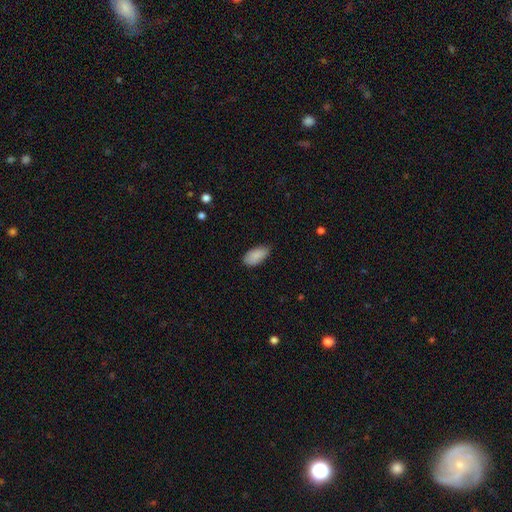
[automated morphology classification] smooth-or-featured: smooth: 88% | star or artifact: 6% | featured or disk: 5%
  how-rounded: in between: 94% | cigar-shaped: 4% | round: 3%
  merging: none: 72% | minor disturbance: 23% | major disturbance: 3% | merger: 1%